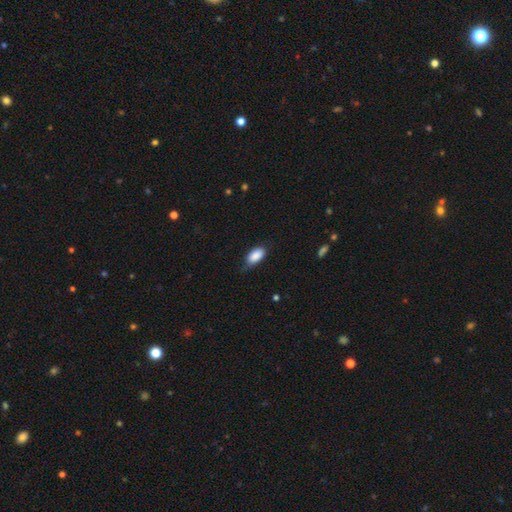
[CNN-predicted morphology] A smooth galaxy with no disk features (87%) that is in between round and cigar-shaped (92%). Merging: none (64%).